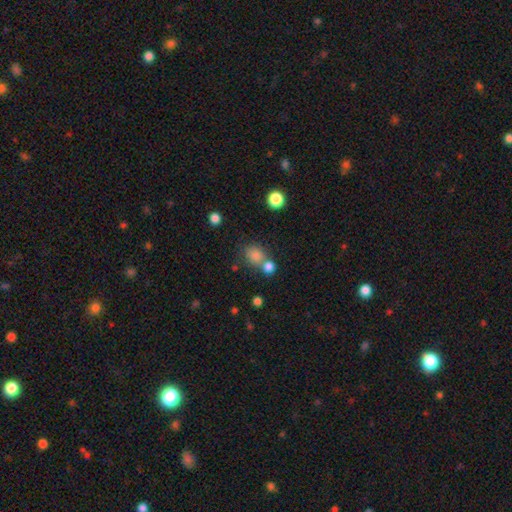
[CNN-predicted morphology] A smooth galaxy with no disk features (80%) that is round (63%). Merging: none (50%).